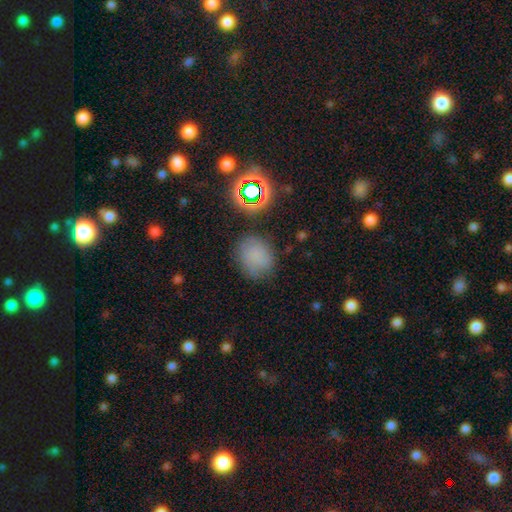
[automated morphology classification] Smooth or featured? Predicted: smooth (p=0.70). How rounded? Predicted: round (p=0.64). Merging? Predicted: none (p=0.74).